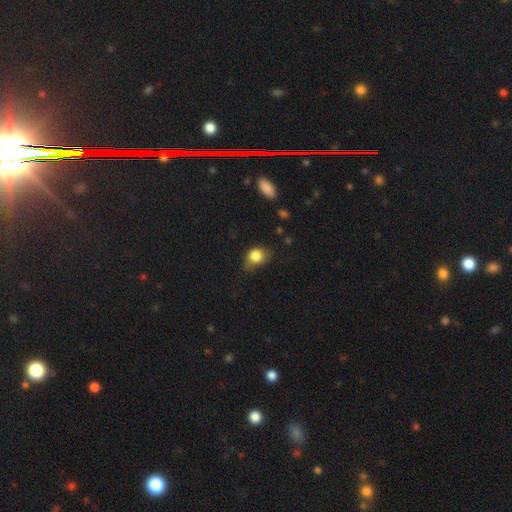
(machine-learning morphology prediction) Smooth or featured: smooth — 83% (star or artifact — 9%)
How rounded: in between — 52% (round — 47%)
Merging: none — 50% (minor disturbance — 37%)